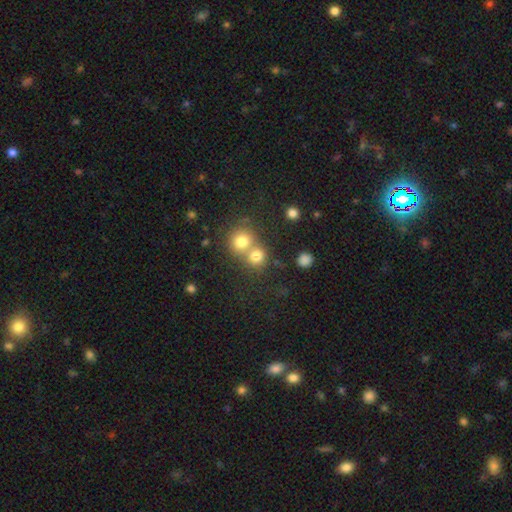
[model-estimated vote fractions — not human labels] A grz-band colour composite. It shows a smooth galaxy with no disk features (75%) that is round (82%). Merging: merger (53%).